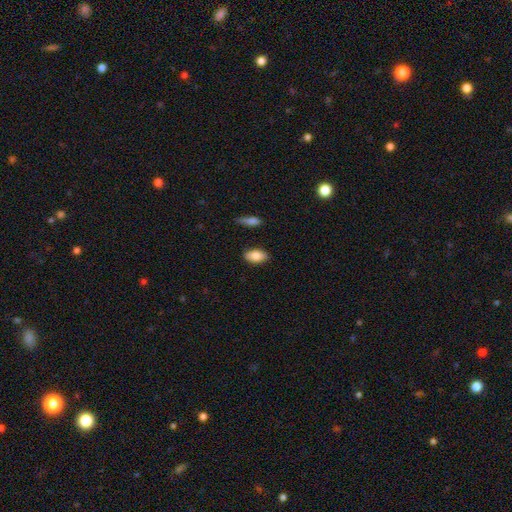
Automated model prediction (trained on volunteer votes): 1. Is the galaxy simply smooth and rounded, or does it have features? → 85% smooth, 9% featured or disk, 7% star or artifact.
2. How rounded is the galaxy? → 91% in between, 4% cigar-shaped, 4% round.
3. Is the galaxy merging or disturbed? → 86% none, 10% minor disturbance, 2% major disturbance, 2% merger.